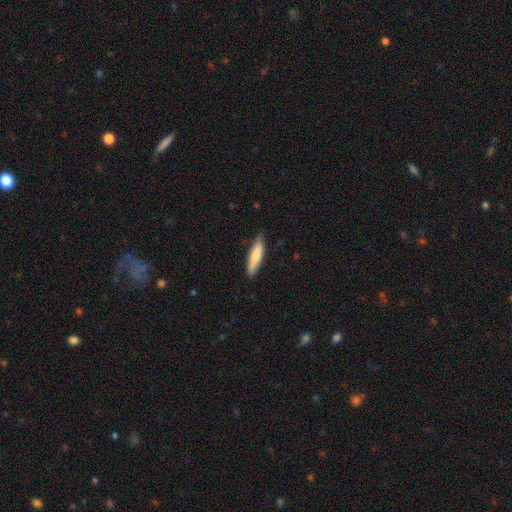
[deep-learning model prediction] The model was most divided on "smooth or featured": smooth: 74%, featured or disk: 21%, star or artifact: 5%. More confident: merging — none (83%); how rounded — cigar-shaped (76%).